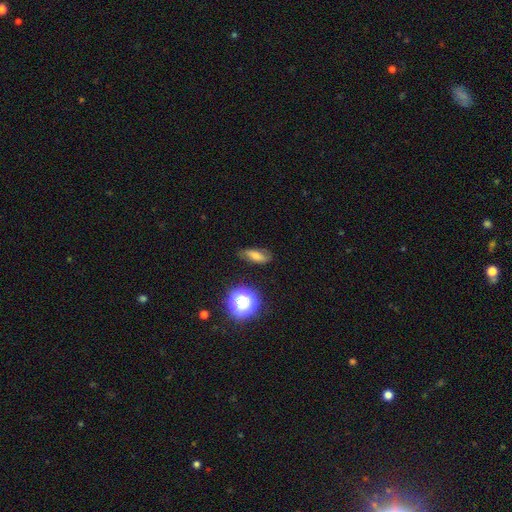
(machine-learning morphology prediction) Overall: smooth (60%; featured or disk 22%). How rounded: in between (62%; cigar-shaped 27%). Merging: none (75%).